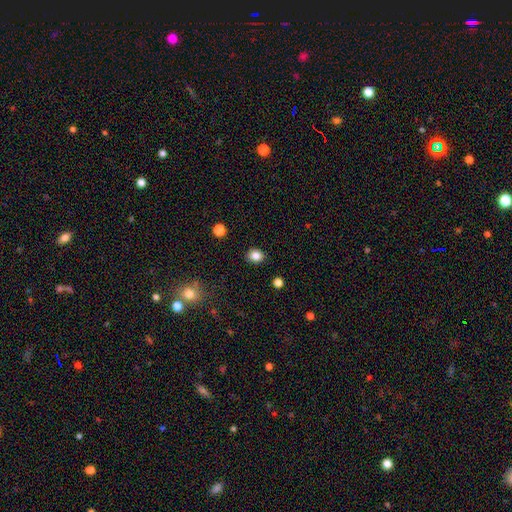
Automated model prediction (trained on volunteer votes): Overall: smooth (84%). How rounded: round (71%). Merging: none (90%).